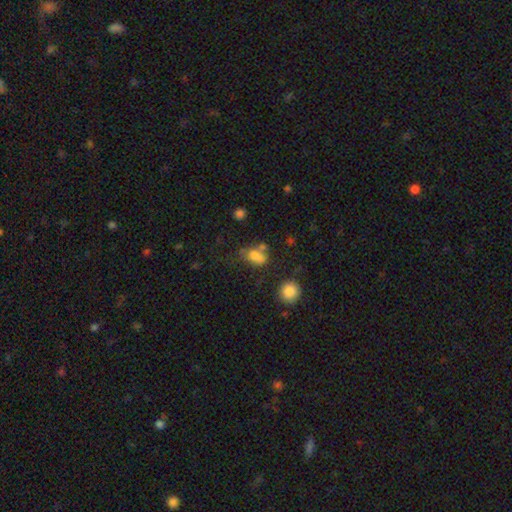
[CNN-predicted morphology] Smooth or featured?
  - smooth: 74% *
  - star or artifact: 13%
  - featured or disk: 13%
How rounded?
  - in between: 75% *
  - round: 21%
  - cigar-shaped: 4%
Merging?
  - none: 37% *
  - merger: 28%
  - minor disturbance: 20%
  - major disturbance: 14%